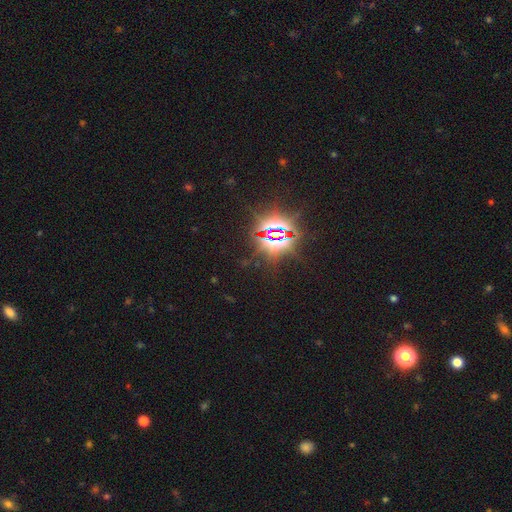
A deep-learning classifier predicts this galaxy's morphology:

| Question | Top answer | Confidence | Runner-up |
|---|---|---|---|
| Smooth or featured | star or artifact | 84% | smooth (10%) |